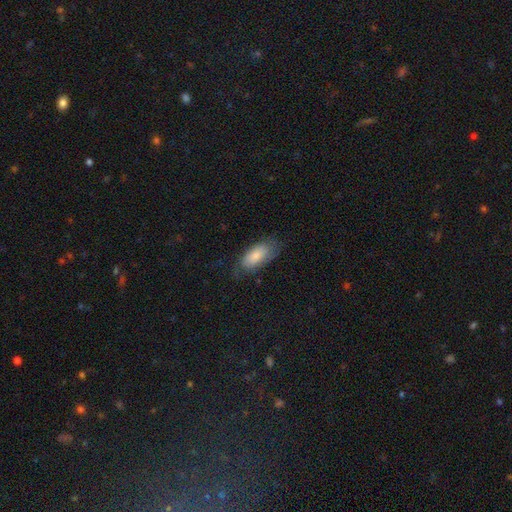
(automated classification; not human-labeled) The model was most divided on "merging": none: 65%, minor disturbance: 24%, major disturbance: 9%, merger: 1%. More confident: how rounded — in between (89%); smooth or featured — smooth (74%).